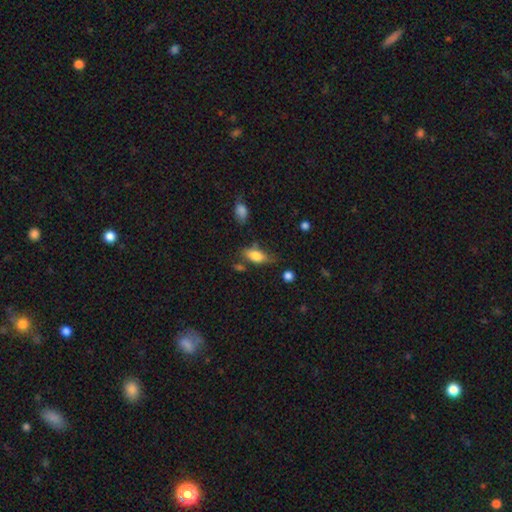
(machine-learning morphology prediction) smooth 76%, featured or disk 16%, star or artifact 8%. Down the decision tree: how rounded — in between (81%); merging — none (52%).